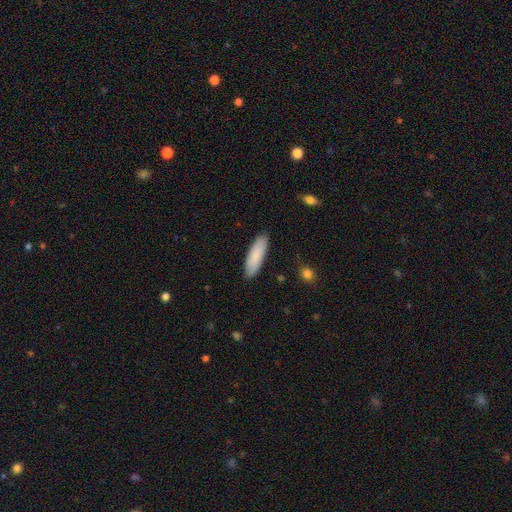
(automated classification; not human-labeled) Smooth or featured: smooth — 86% (featured or disk — 9%)
How rounded: cigar-shaped — 52% (in between — 46%)
Merging: none — 88% (minor disturbance — 9%)